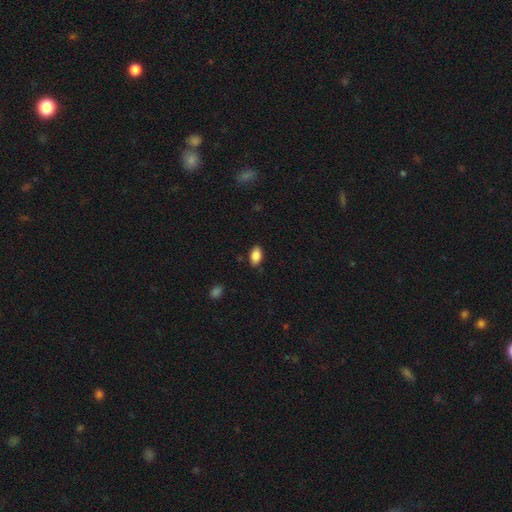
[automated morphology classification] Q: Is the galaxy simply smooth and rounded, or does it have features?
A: smooth — 86%.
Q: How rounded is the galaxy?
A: in between — 91%.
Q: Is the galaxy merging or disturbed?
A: none — 85%.